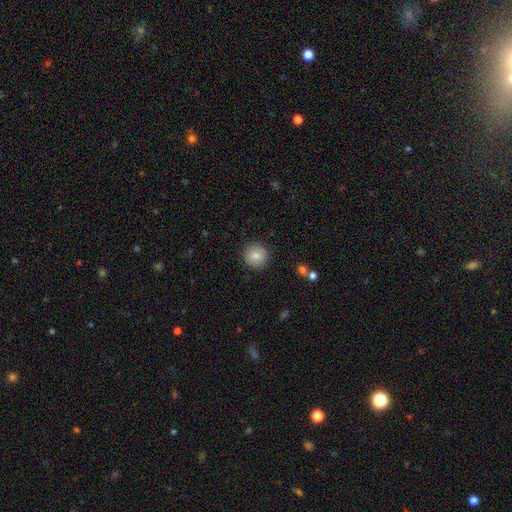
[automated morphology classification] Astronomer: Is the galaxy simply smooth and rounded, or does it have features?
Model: smooth — 84%.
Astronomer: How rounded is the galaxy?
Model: round — 94%.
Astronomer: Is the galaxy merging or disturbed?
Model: none — 90%.